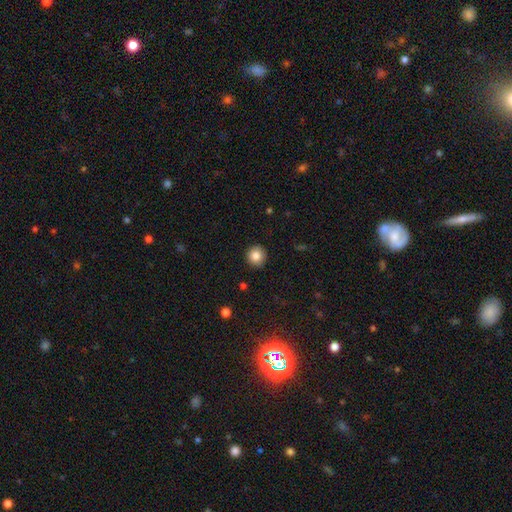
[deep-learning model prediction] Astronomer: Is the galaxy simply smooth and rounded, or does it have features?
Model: smooth — 85%.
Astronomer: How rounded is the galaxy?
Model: round — 93%.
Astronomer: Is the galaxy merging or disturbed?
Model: none — 92%.